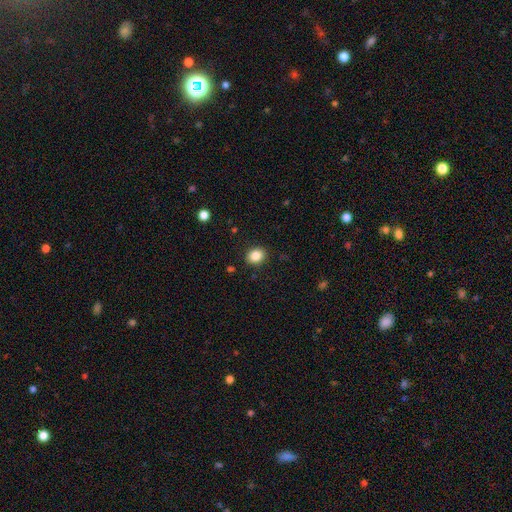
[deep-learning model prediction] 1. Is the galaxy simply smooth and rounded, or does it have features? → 86% smooth, 10% star or artifact, 5% featured or disk.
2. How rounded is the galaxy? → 53% round, 46% in between, 1% cigar-shaped.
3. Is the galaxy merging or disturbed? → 89% none, 8% minor disturbance, 2% major disturbance, 1% merger.